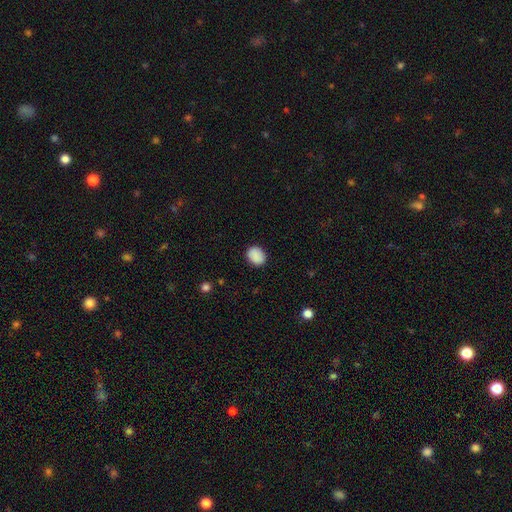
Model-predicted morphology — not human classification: This appears to be a smooth galaxy with no disk features (89%) that is in between round and cigar-shaped (54%). Merging: none (87%).